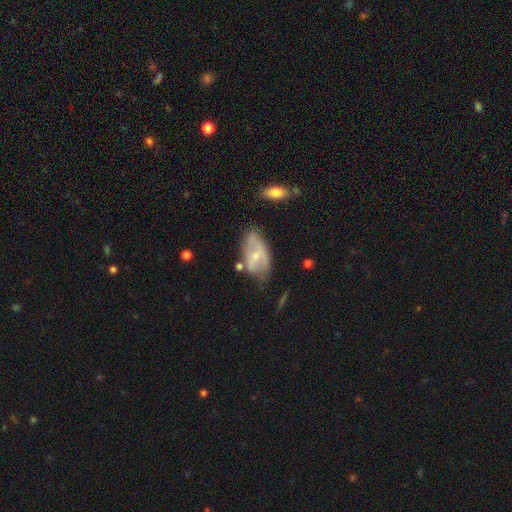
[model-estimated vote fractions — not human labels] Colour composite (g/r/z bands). It shows a featured or disk galaxy (52%). Merging: none (46%).